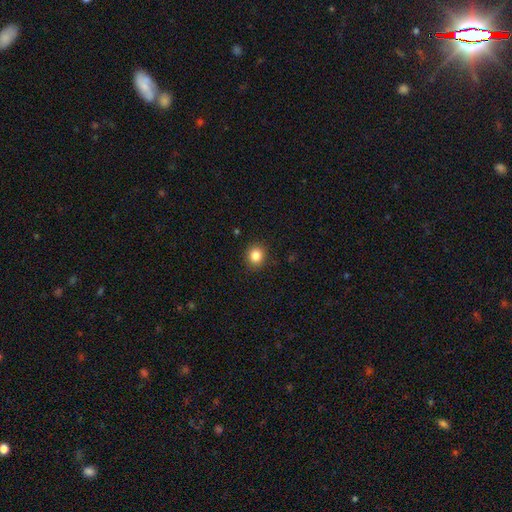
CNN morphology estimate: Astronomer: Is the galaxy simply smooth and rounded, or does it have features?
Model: smooth — 85%.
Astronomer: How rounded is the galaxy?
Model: round — 83%.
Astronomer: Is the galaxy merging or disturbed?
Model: none — 90%.